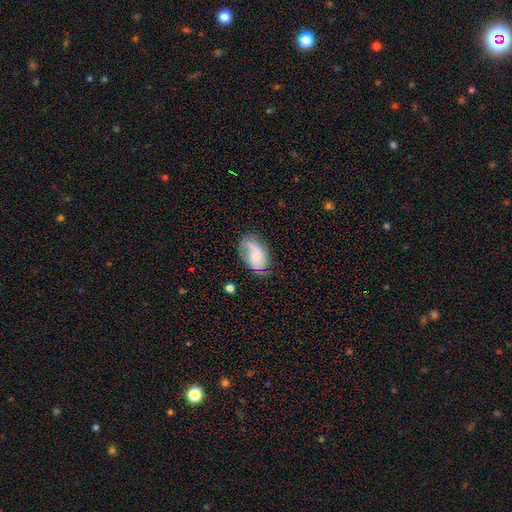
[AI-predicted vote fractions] smooth 47%, featured or disk 45%, star or artifact 8%. Down the decision tree: merging — none (59%).